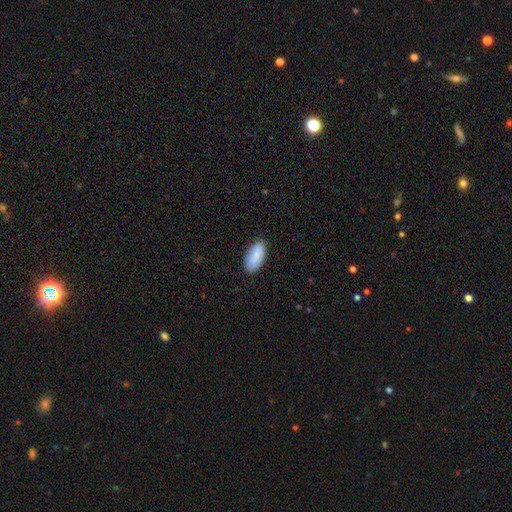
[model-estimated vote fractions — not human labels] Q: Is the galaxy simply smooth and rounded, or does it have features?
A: smooth — 87%.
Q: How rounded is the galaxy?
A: in between — 94%.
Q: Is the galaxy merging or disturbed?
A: none — 85%.